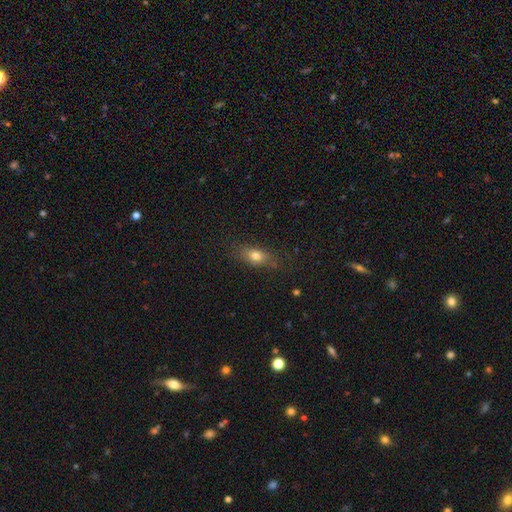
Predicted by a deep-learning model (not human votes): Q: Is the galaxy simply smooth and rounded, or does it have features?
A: smooth — 75%.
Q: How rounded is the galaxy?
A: in between — 73%.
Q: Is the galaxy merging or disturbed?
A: none — 75%.